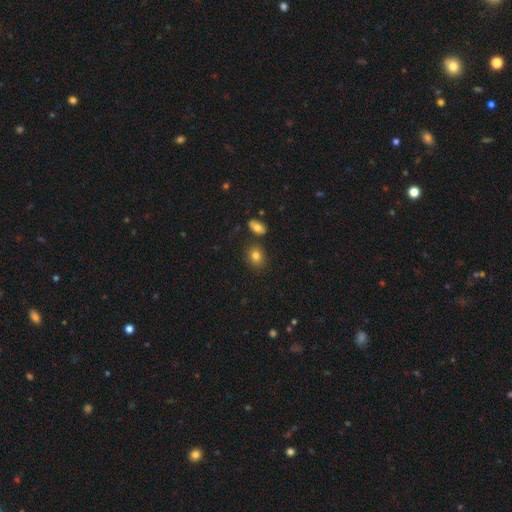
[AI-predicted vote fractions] Smooth or featured? Predicted: smooth (p=0.80). How rounded? Predicted: round (p=0.55). Merging? Predicted: none (p=0.80).